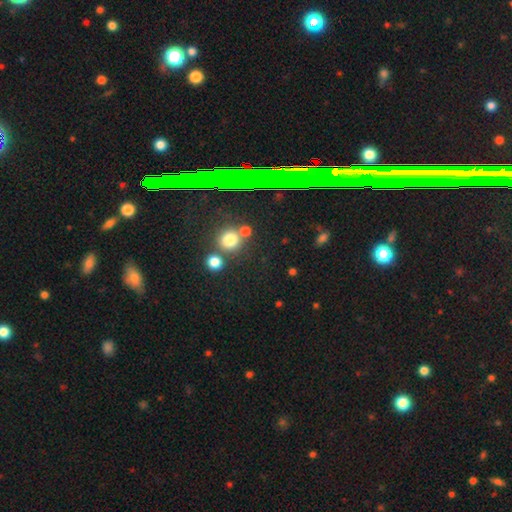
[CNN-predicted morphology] smooth_or_featured: star or artifact (p=0.76) [alt: smooth p=0.13]